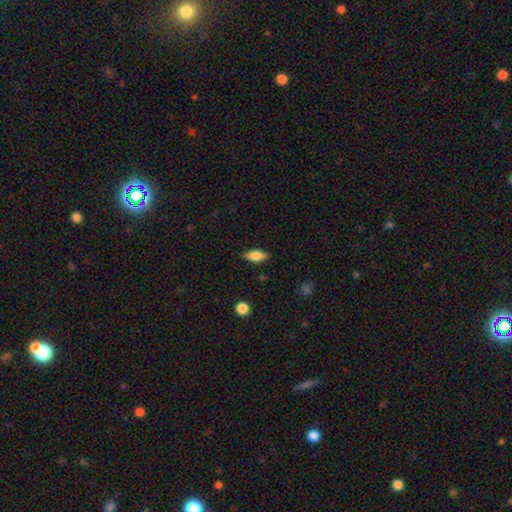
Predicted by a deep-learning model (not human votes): Smooth or featured: smooth — 68% (featured or disk — 25%)
How rounded: in between — 80% (cigar-shaped — 16%)
Merging: none — 84% (minor disturbance — 12%)